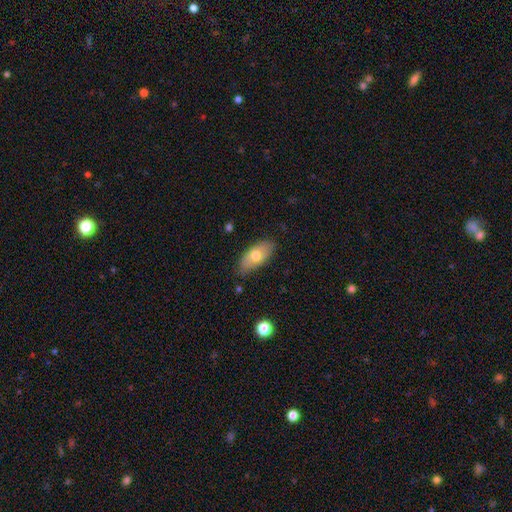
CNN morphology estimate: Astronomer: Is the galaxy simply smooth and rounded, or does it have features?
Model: smooth — 69%.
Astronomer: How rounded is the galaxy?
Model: in between — 90%.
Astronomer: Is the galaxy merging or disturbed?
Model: none — 80%.